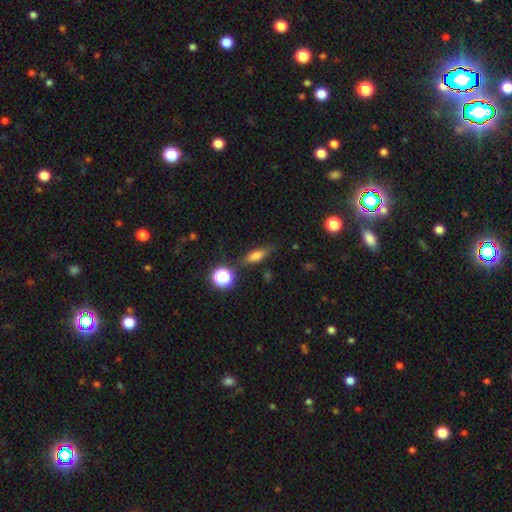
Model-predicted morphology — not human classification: Overall: smooth (67%). How rounded: in between (56%; cigar-shaped 33%). Merging: none (75%).